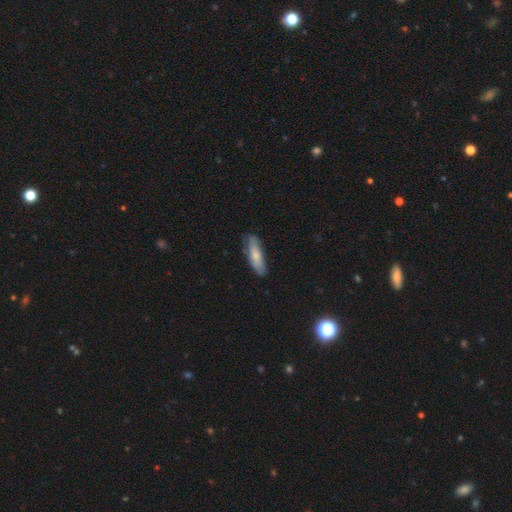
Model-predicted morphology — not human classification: smooth_or_featured: smooth (p=0.71) [alt: featured or disk p=0.24]
how_rounded: cigar-shaped (p=0.56) [alt: in between p=0.42]
merging: none (p=0.73) [alt: minor disturbance p=0.21]